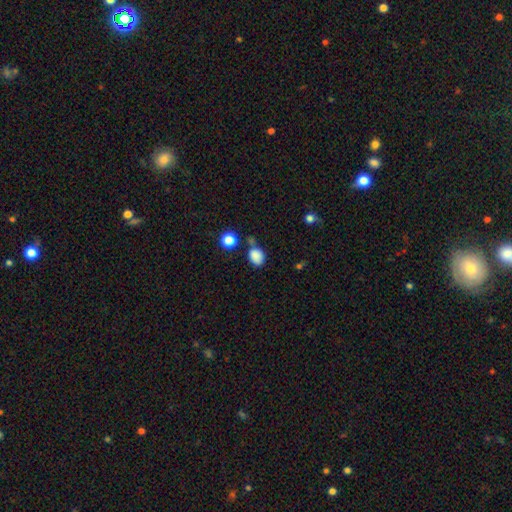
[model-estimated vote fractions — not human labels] Smooth or featured?
  - smooth: 85% *
  - star or artifact: 11%
  - featured or disk: 5%
How rounded?
  - in between: 50% *
  - round: 49%
  - cigar-shaped: 1%
Merging?
  - none: 60% *
  - minor disturbance: 20%
  - merger: 14%
  - major disturbance: 6%